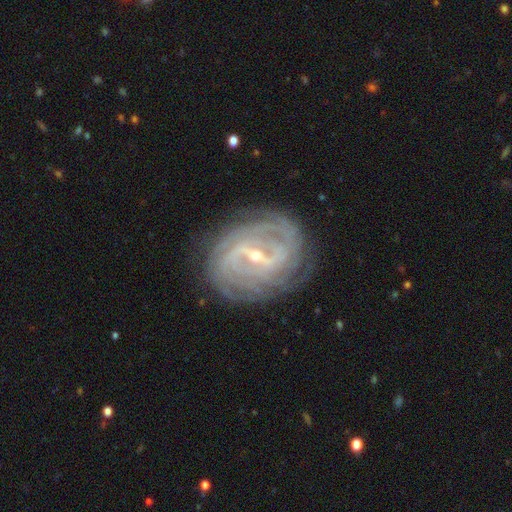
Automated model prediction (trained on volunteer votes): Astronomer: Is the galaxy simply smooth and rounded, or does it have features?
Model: featured or disk — 91%.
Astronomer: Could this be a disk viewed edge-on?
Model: no — 96%.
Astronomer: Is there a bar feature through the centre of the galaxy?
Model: strong — 58%.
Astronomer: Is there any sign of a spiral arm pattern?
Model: yes — 96%.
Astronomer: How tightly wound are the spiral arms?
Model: tight — 74%.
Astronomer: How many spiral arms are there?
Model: can't tell — 31% (runner-up: 4, 20%).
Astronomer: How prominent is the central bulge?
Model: small — 72%.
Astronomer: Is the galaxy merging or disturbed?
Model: none — 81%.